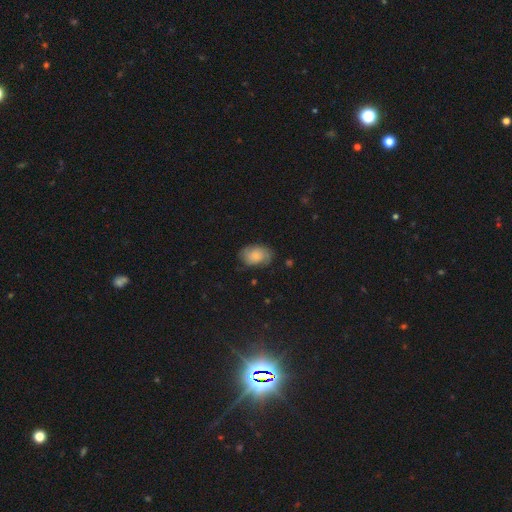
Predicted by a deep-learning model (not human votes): smooth_or_featured: smooth (p=0.64) [alt: featured or disk p=0.27]
how_rounded: in between (p=0.81) [alt: round p=0.17]
merging: none (p=0.67) [alt: minor disturbance p=0.24]